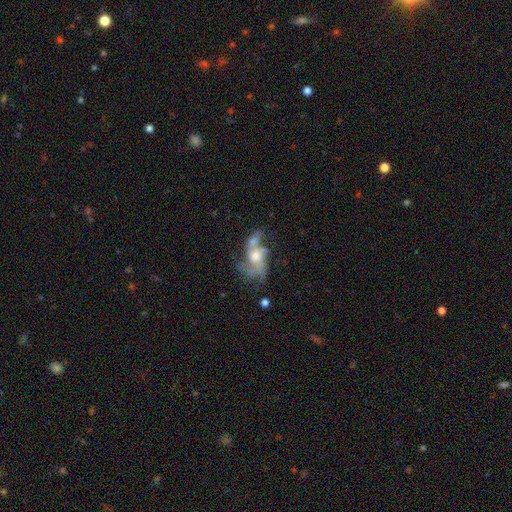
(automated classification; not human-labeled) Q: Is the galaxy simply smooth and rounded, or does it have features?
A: featured or disk — 72%.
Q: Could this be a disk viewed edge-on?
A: no — 96%.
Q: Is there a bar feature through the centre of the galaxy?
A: no — 73%.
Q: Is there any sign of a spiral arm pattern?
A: yes — 75%.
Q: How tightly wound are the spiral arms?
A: loose — 57%.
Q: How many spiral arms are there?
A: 3 — 30%.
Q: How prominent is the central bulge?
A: moderate — 62%.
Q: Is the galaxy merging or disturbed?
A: none — 30%.